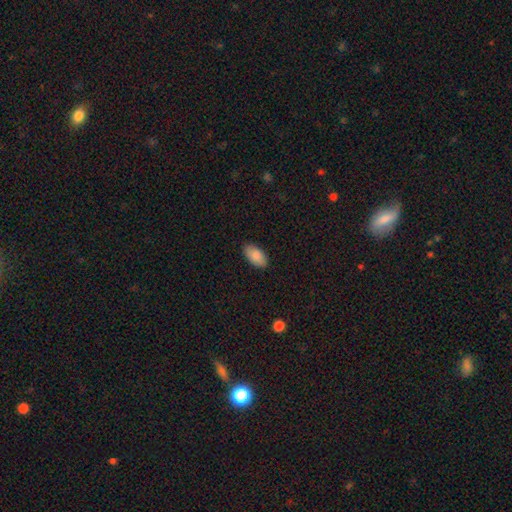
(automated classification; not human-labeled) Q: Smooth or featured?
A: smooth (88%); runner-up: star or artifact (6%)
Q: How rounded?
A: in between (95%); runner-up: cigar-shaped (3%)
Q: Merging?
A: none (87%); runner-up: minor disturbance (10%)